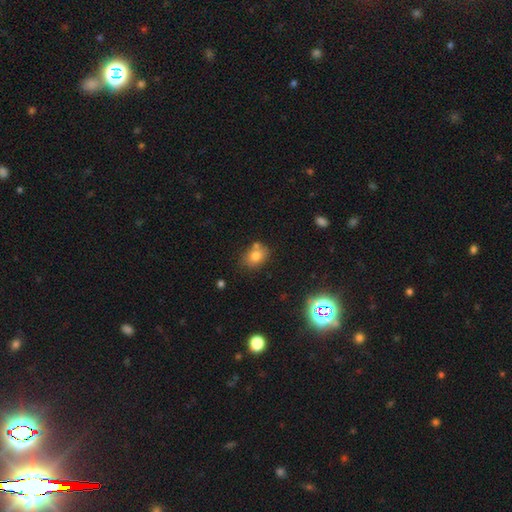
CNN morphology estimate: A smooth galaxy with no disk features (76%) that is in between round and cigar-shaped (59%).

Vote fractions:
- Smooth or featured? smooth: 76% / star or artifact: 13% / featured or disk: 11%
- How rounded? in between: 59% / round: 40% / cigar-shaped: 1%
- Merging? none: 64% / merger: 16% / minor disturbance: 16% / major disturbance: 4%